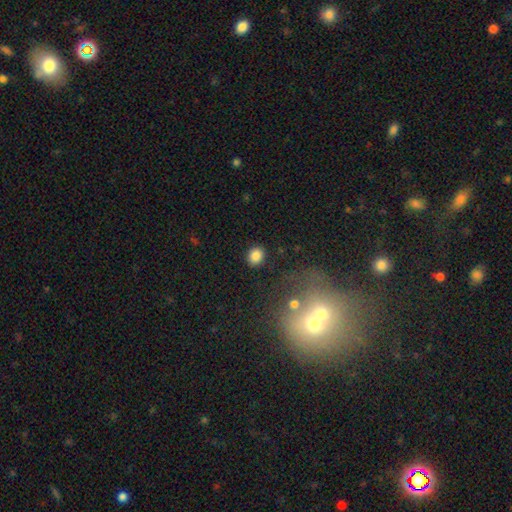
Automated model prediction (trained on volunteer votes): Smooth or featured? smooth (85%)
How rounded? round (59%)
Merging? none (87%)